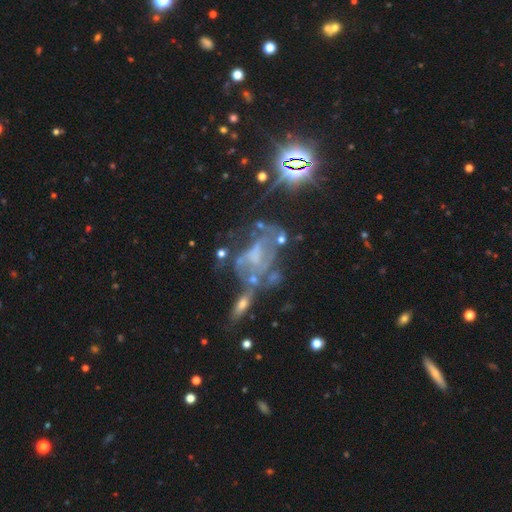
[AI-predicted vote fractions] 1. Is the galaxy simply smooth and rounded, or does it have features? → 64% featured or disk, 22% star or artifact, 14% smooth.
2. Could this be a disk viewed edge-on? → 95% no, 5% yes.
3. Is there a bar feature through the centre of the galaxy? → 62% no, 26% weak, 12% strong.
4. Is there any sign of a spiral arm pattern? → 56% no, 44% yes.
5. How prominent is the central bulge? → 56% none, 21% small, 17% moderate, 5% large, 2% dominant.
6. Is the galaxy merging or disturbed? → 32% major disturbance, 30% none, 22% merger, 17% minor disturbance.